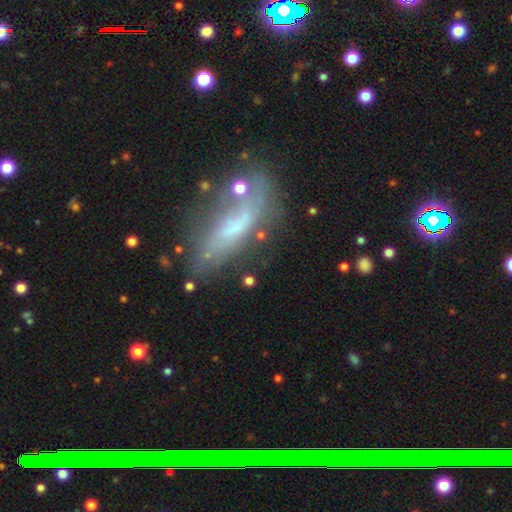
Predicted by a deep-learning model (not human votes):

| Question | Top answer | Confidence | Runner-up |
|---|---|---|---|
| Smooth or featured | featured or disk | 44% | smooth (42%) |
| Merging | none | 61% | minor disturbance (22%) |